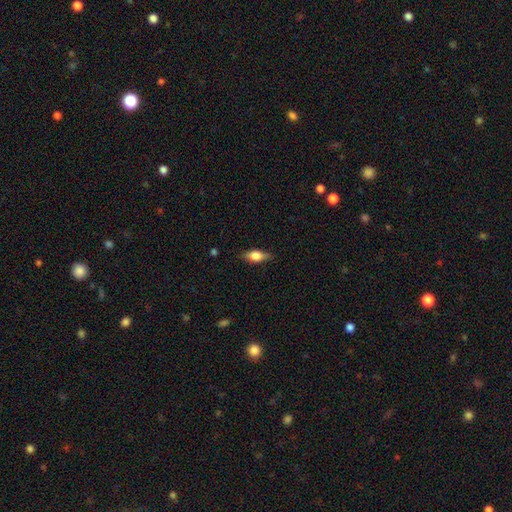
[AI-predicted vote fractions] Smooth or featured? smooth (67%)
How rounded? in between (75%)
Merging? none (82%)